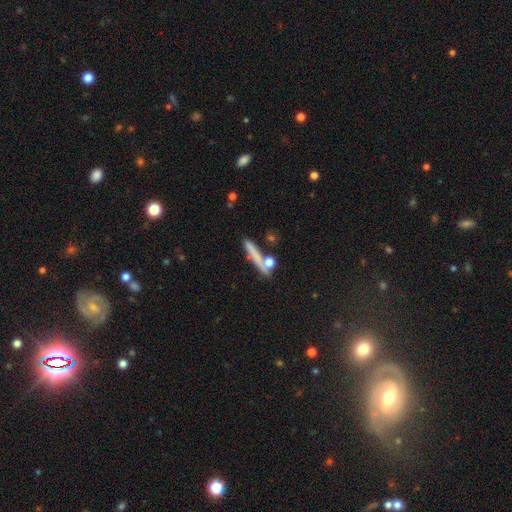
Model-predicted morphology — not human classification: A smooth galaxy with no disk features (60%) that is cigar-shaped (79%).

Vote fractions:
- Smooth or featured? smooth: 60% / featured or disk: 29% / star or artifact: 11%
- How rounded? cigar-shaped: 79% / round: 12% / in between: 9%
- Merging? none: 66% / minor disturbance: 14% / merger: 13% / major disturbance: 6%